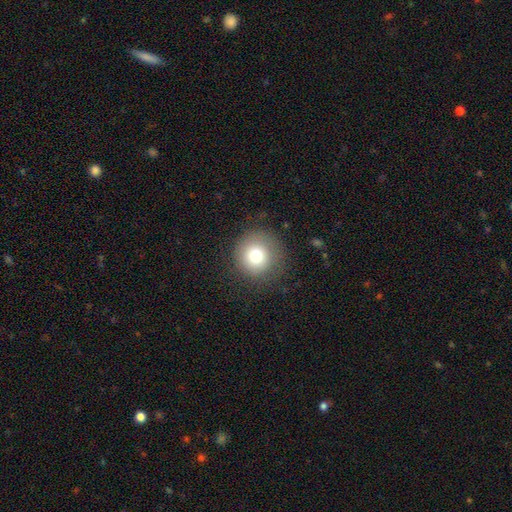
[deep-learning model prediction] Morphology: type=smooth (76%); roundness=round (94%); merging=none (83%).